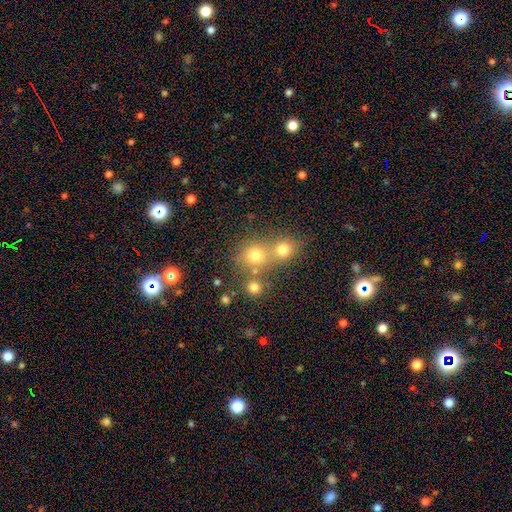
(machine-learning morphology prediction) A smooth galaxy with no disk features (71%) that is round (84%). Merging: none (49%).